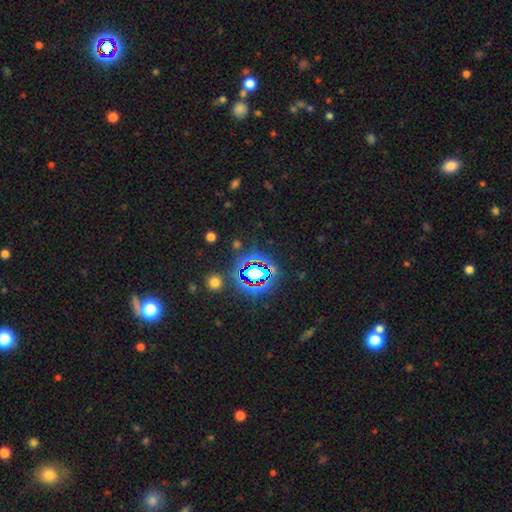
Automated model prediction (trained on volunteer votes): smooth_or_featured: star or artifact (p=0.80) [alt: smooth p=0.12]